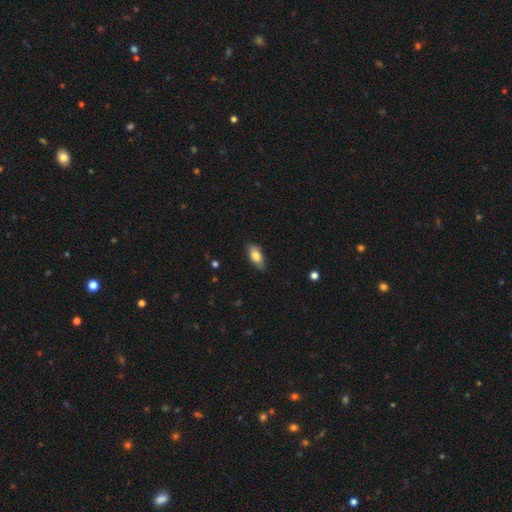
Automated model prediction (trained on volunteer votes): Smooth or featured? Predicted: smooth (p=0.79). How rounded? Predicted: in between (p=0.86). Merging? Predicted: none (p=0.82).